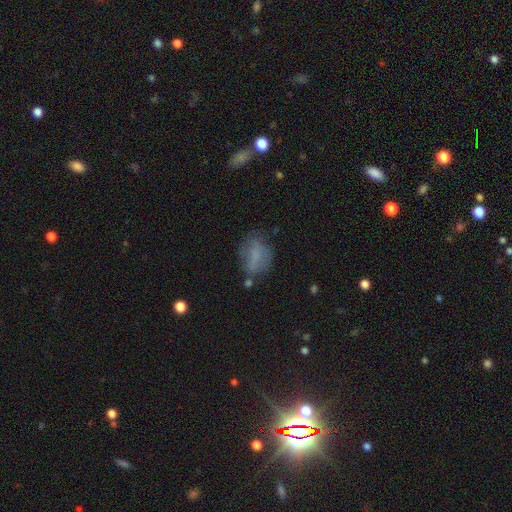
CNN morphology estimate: Smooth or featured: smooth — 64% (featured or disk — 24%)
How rounded: in between — 71% (round — 25%)
Merging: none — 55% (minor disturbance — 25%)